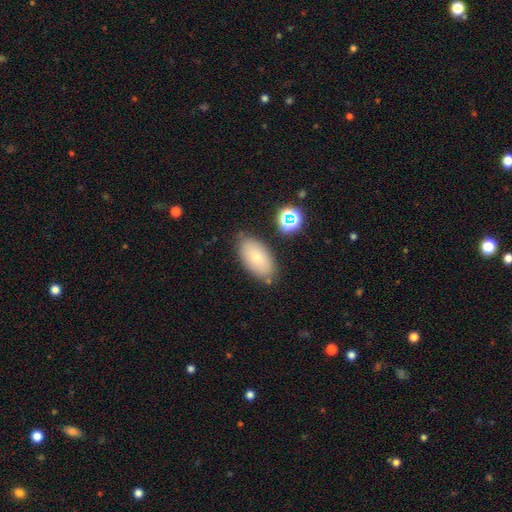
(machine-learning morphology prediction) The model was most divided on "smooth or featured": smooth: 74%, featured or disk: 16%, star or artifact: 9%. More confident: how rounded — in between (94%); merging — none (79%).